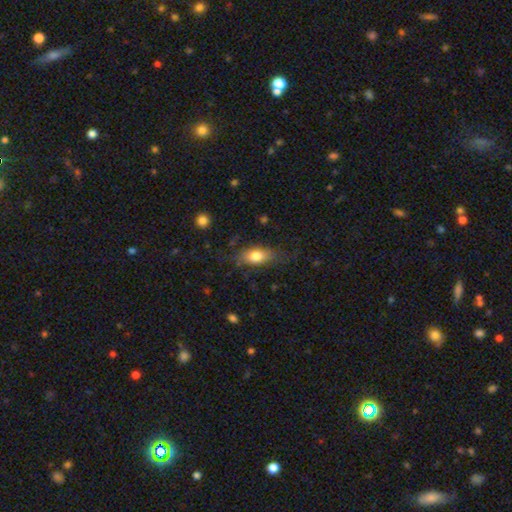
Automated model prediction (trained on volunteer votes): smooth_or_featured: smooth (p=0.73) [alt: featured or disk p=0.19]
how_rounded: in between (p=0.80) [alt: cigar-shaped p=0.13]
merging: none (p=0.71) [alt: minor disturbance p=0.20]